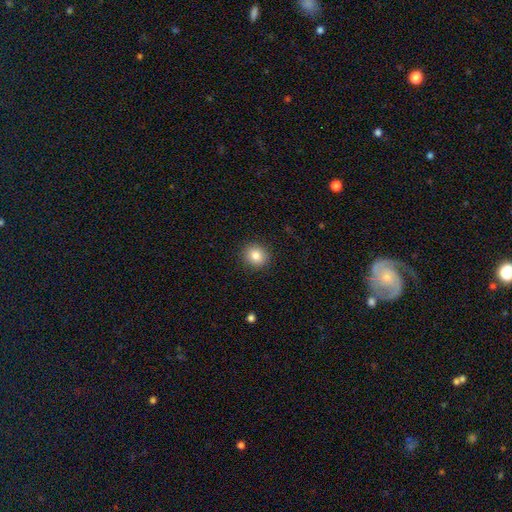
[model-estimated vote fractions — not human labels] smooth 84%, star or artifact 10%, featured or disk 7%. Down the decision tree: how rounded — round (85%); merging — none (91%).